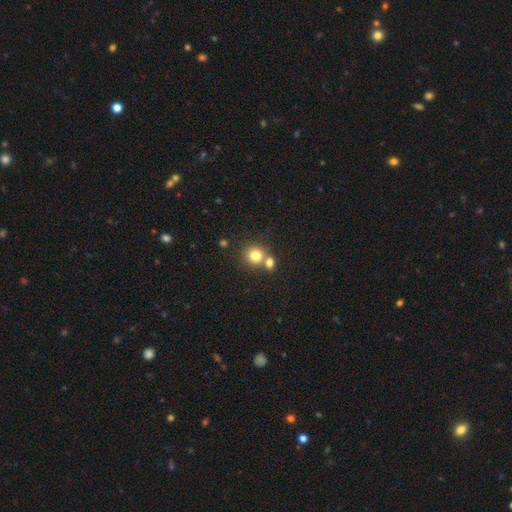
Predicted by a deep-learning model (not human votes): A smooth galaxy with no disk features (78%) that is round (85%).

Vote fractions:
- Smooth or featured? smooth: 78% / star or artifact: 12% / featured or disk: 10%
- How rounded? round: 85% / in between: 14% / cigar-shaped: 1%
- Merging? none: 54% / merger: 36% / minor disturbance: 8% / major disturbance: 3%